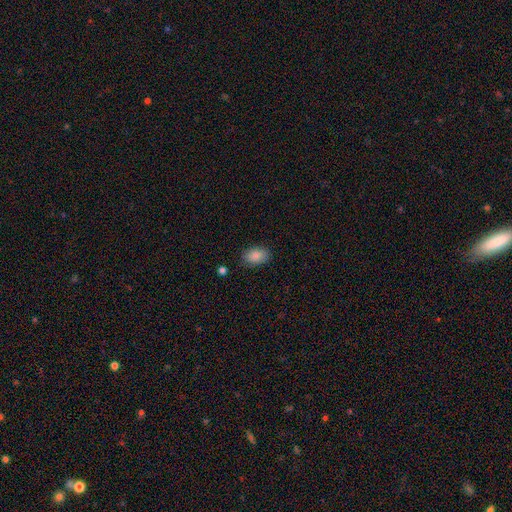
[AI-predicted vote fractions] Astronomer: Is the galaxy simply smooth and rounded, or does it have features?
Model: smooth — 87%.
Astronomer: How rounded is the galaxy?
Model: in between — 89%.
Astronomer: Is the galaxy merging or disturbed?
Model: none — 83%.